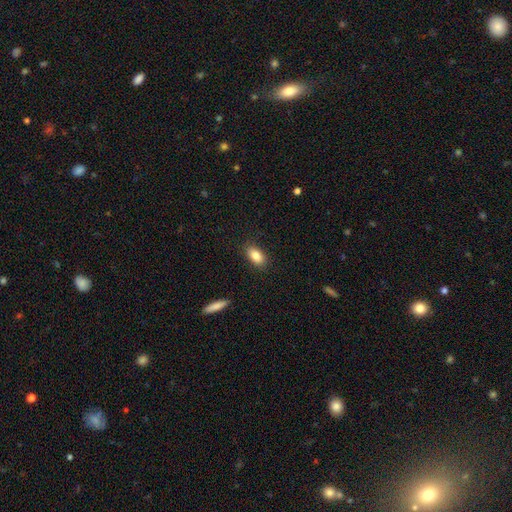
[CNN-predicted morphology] Smooth or featured? Predicted: smooth (p=0.86). How rounded? Predicted: in between (p=0.89). Merging? Predicted: none (p=0.87).